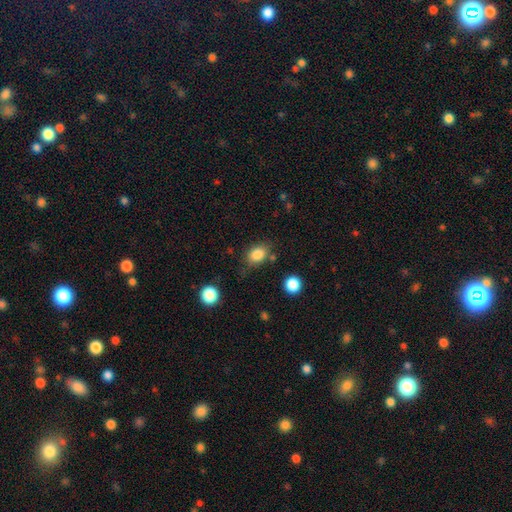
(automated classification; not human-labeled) Smooth or featured? Predicted: smooth (p=0.84). How rounded? Predicted: in between (p=0.69). Merging? Predicted: none (p=0.71).